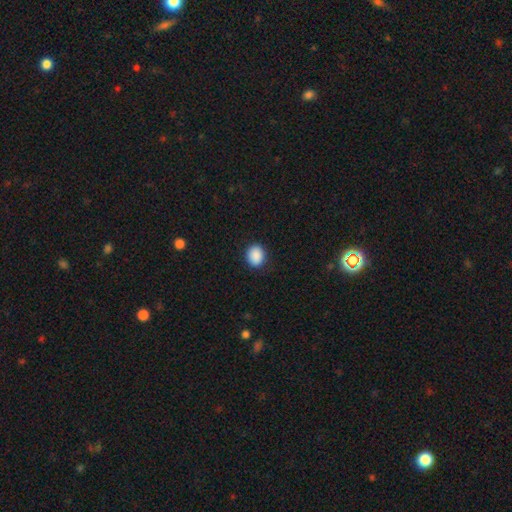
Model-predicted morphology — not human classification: type=smooth (90%); roundness=round (59%); merging=none (88%).